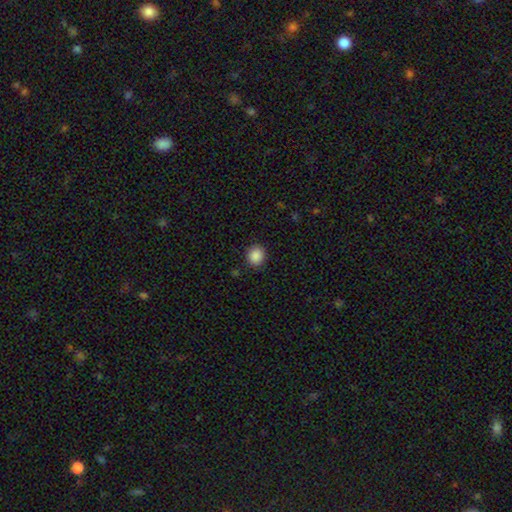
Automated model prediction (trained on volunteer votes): Overall: smooth (88%). How rounded: round (80%). Merging: none (89%).